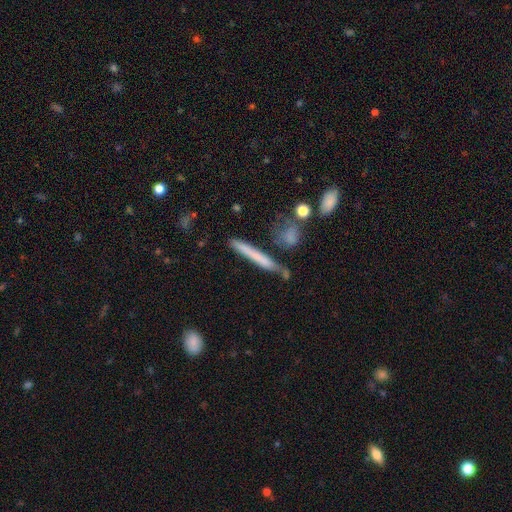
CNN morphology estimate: type=smooth (61%); roundness=cigar-shaped (94%); merging=none (68%).